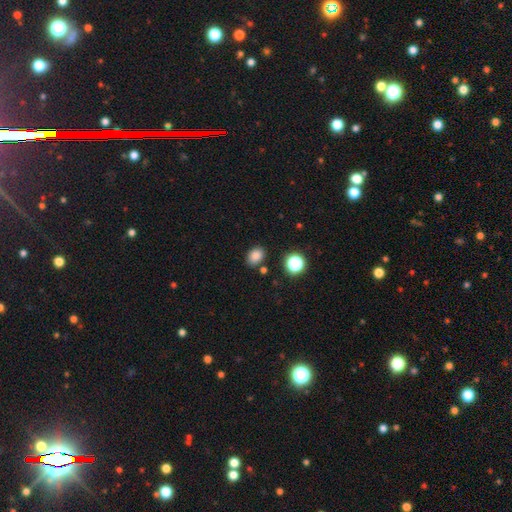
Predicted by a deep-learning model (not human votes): smooth-or-featured: smooth: 82% | star or artifact: 13% | featured or disk: 5%
  how-rounded: in between: 64% | round: 35% | cigar-shaped: 1%
  merging: none: 81% | minor disturbance: 11% | merger: 5% | major disturbance: 3%